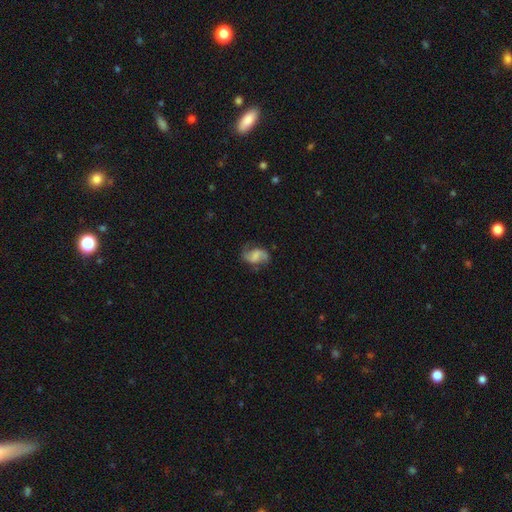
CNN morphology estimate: Smooth or featured?
  - featured or disk: 65% *
  - smooth: 26%
  - star or artifact: 8%
Edge-on disk?
  - no: 97% *
  - yes: 3%
Bar?
  - weak: 45% *
  - no: 37%
  - strong: 18%
Spiral arms?
  - yes: 91% *
  - no: 9%
Spiral winding?
  - loose: 52% *
  - medium: 37%
  - tight: 11%
Spiral arm count?
  - 2: 88% *
  - can't tell: 5%
  - 1: 4%
  - 3: 1%
  - 4: 1%
  - more than 4: 1%
Bulge size?
  - none: 44% *
  - small: 25%
  - moderate: 19%
  - large: 10%
  - dominant: 2%
Merging?
  - none: 66% *
  - minor disturbance: 21%
  - major disturbance: 12%
  - merger: 2%